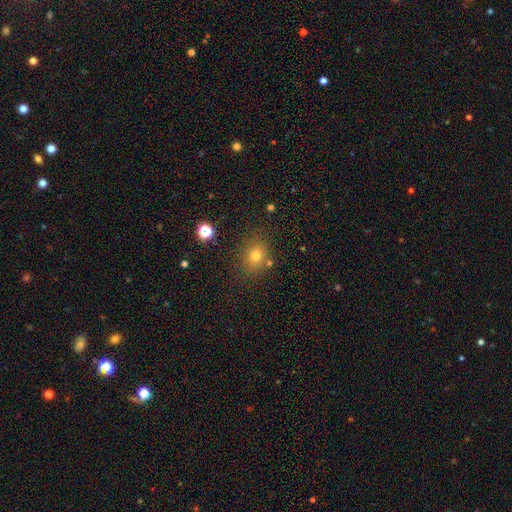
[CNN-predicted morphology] type=smooth (72%); roundness=round (57%); merging=none (79%).